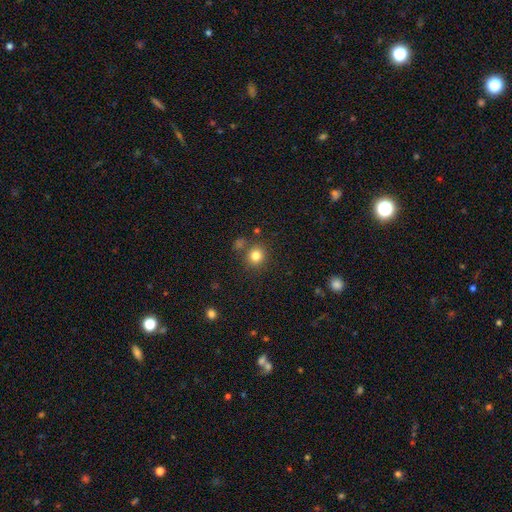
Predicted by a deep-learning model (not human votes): smooth-or-featured: smooth: 81% | star or artifact: 13% | featured or disk: 6%
  how-rounded: round: 87% | in between: 12% | cigar-shaped: 1%
  merging: none: 80% | minor disturbance: 9% | merger: 8% | major disturbance: 3%